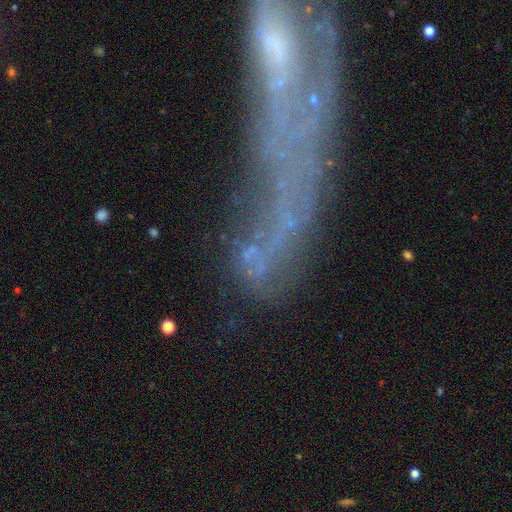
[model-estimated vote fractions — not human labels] smooth_or_featured: featured or disk (p=0.41) [alt: star or artifact p=0.33]
merging: none (p=0.37) [alt: major disturbance p=0.30]